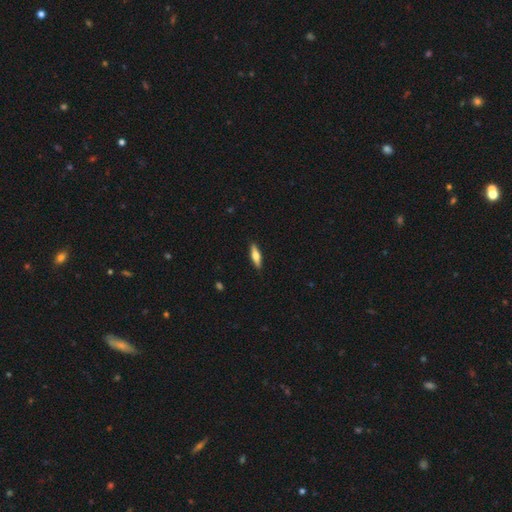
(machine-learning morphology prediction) Overall: smooth (55%; featured or disk 39%). How rounded: cigar-shaped (61%; in between 36%). Merging: none (90%).